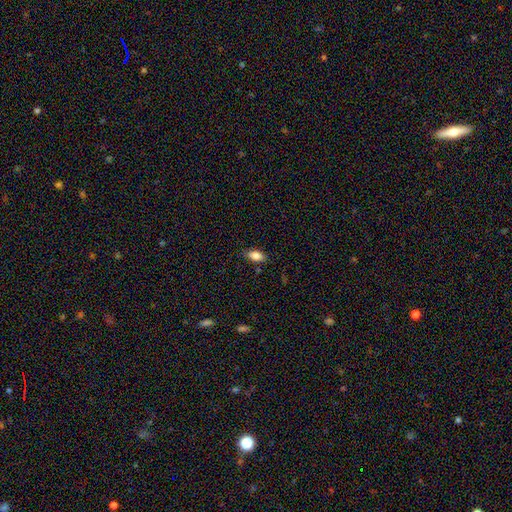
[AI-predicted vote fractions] The model was most divided on "merging": none: 81%, minor disturbance: 15%, major disturbance: 3%, merger: 2%. More confident: how rounded — in between (88%); smooth or featured — smooth (83%).